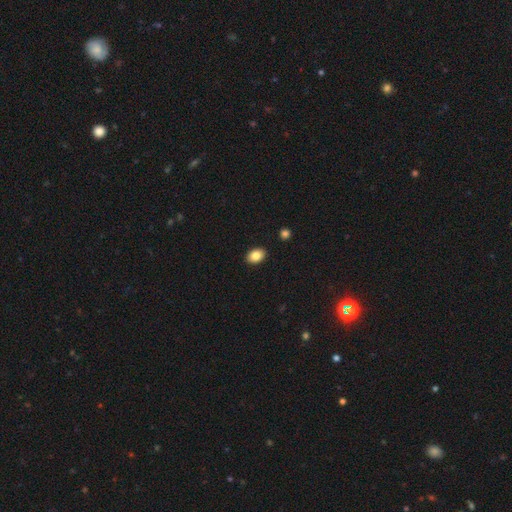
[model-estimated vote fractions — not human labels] Morphology: type=smooth (86%); roundness=in between (81%); merging=none (90%).